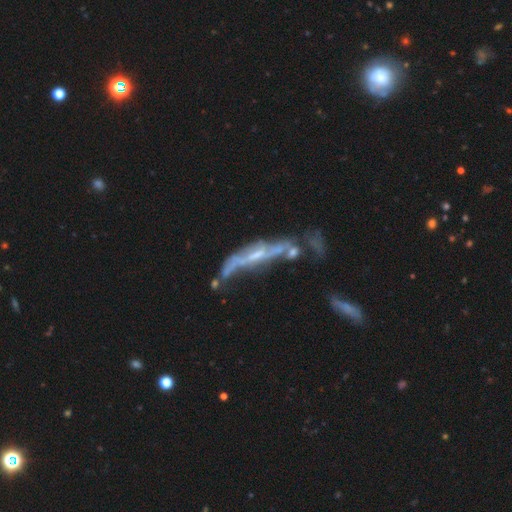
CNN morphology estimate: This appears to be a featured or disk galaxy (72%) viewed edge-on (51%). Merging: merger (32%).